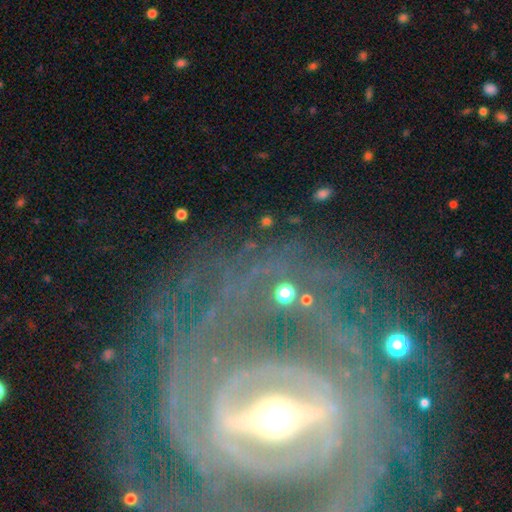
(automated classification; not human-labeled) Smooth or featured? Predicted: featured or disk (p=0.89). Edge-on disk? Predicted: no (p=0.86). Bar? Predicted: strong (p=0.76). Spiral arms? Predicted: yes (p=0.83). Spiral winding? Predicted: tight (p=0.73). Spiral arm count? Predicted: can't tell (p=0.35). Bulge size? Predicted: moderate (p=0.61). Merging? Predicted: none (p=0.72).